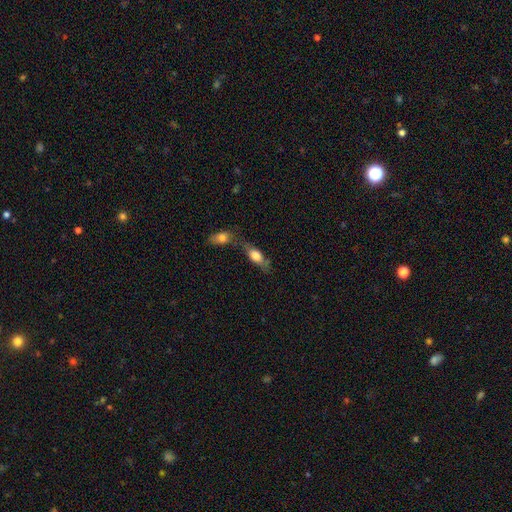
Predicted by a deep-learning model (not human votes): smooth-or-featured: smooth: 68% | featured or disk: 24% | star or artifact: 8%
  how-rounded: in between: 71% | cigar-shaped: 22% | round: 6%
  merging: none: 39% | merger: 38% | minor disturbance: 15% | major disturbance: 8%